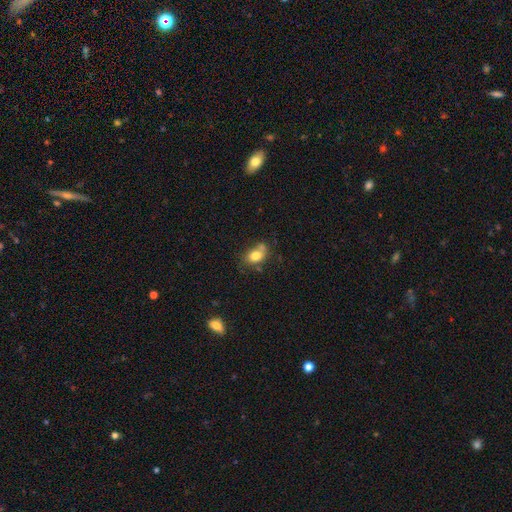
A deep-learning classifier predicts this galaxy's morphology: This appears to be a smooth galaxy with no disk features (77%) that is in between round and cigar-shaped (72%). Merging: none (52%).